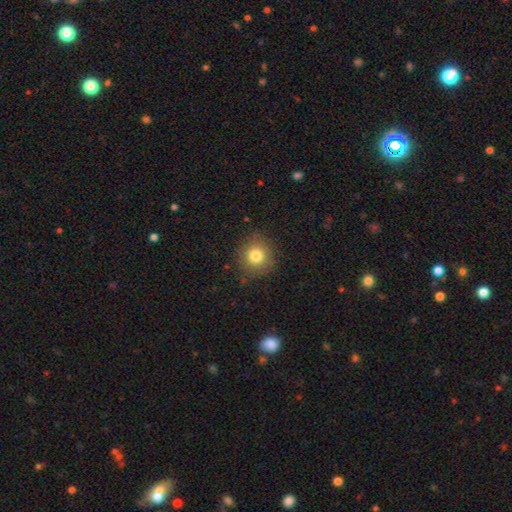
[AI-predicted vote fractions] smooth 79%, star or artifact 12%, featured or disk 9%. Down the decision tree: how rounded — round (89%); merging — none (85%).